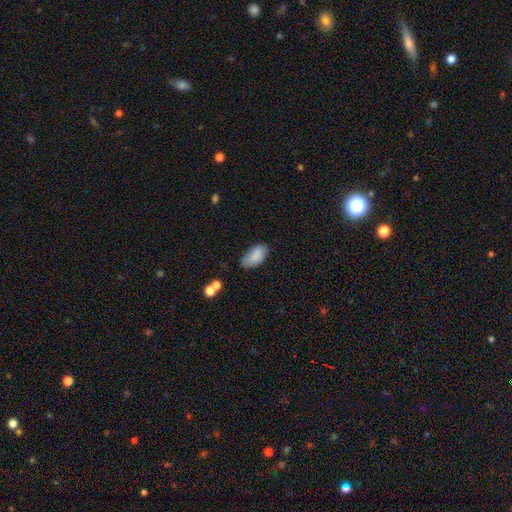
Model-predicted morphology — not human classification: smooth_or_featured: smooth (p=0.84) [alt: featured or disk p=0.09]
how_rounded: in between (p=0.94) [alt: round p=0.03]
merging: none (p=0.65) [alt: minor disturbance p=0.26]